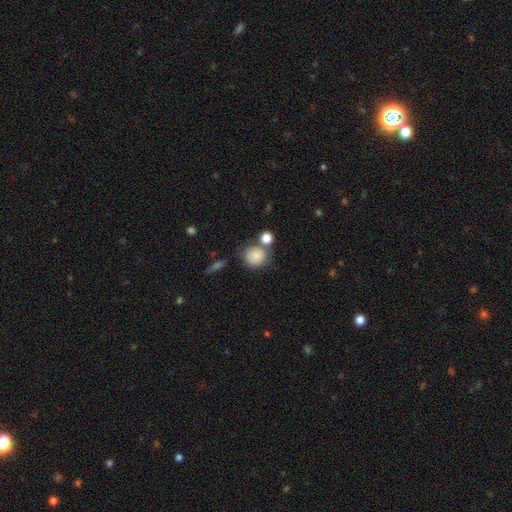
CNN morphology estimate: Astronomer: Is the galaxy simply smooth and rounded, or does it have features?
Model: smooth — 83%.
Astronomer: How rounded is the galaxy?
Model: round — 83%.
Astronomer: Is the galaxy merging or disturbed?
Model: none — 58%.